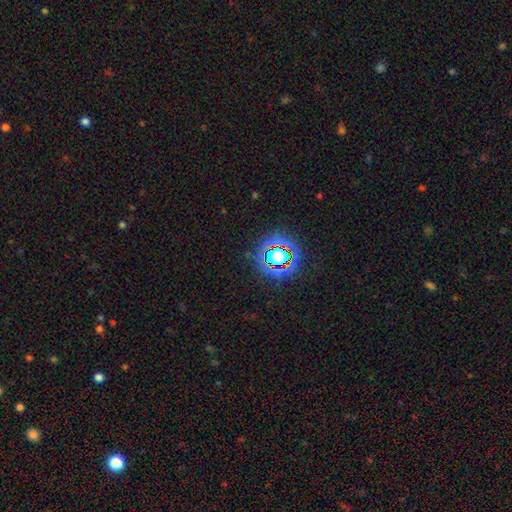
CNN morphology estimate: Smooth or featured: star or artifact — 79% (smooth — 13%)